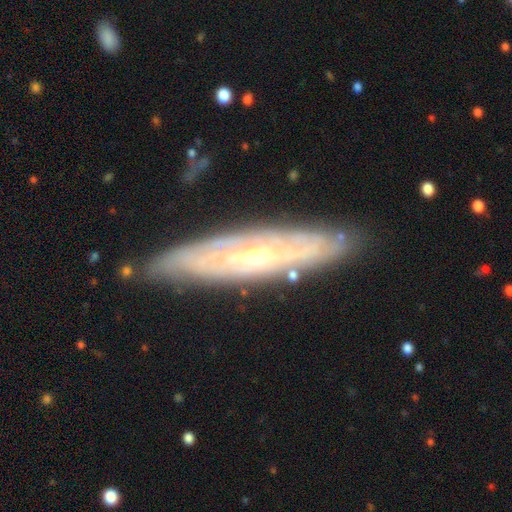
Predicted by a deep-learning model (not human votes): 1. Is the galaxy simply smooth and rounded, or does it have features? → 83% featured or disk, 12% smooth, 6% star or artifact.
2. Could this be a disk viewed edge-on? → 67% no, 33% yes.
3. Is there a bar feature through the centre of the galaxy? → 67% no, 24% weak, 9% strong.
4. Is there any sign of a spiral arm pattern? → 84% yes, 16% no.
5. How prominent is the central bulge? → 53% small, 43% moderate, 2% large, 1% none, 1% dominant.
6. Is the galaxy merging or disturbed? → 81% none, 14% minor disturbance, 3% major disturbance, 2% merger.